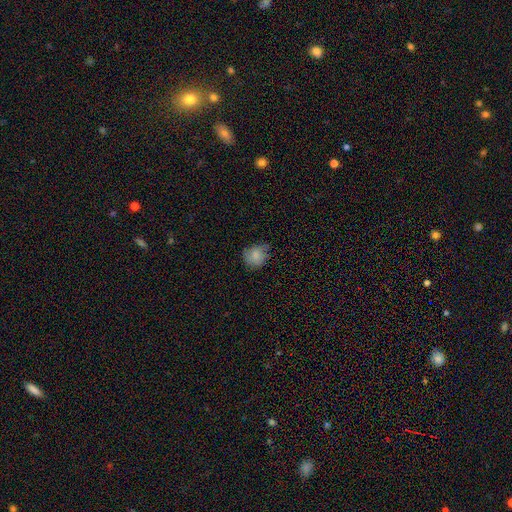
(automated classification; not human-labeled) A smooth galaxy with no disk features (80%) that is round (77%).

Vote fractions:
- Smooth or featured? smooth: 80% / featured or disk: 12% / star or artifact: 9%
- How rounded? round: 77% / in between: 22% / cigar-shaped: 1%
- Merging? none: 61% / minor disturbance: 30% / major disturbance: 7% / merger: 1%